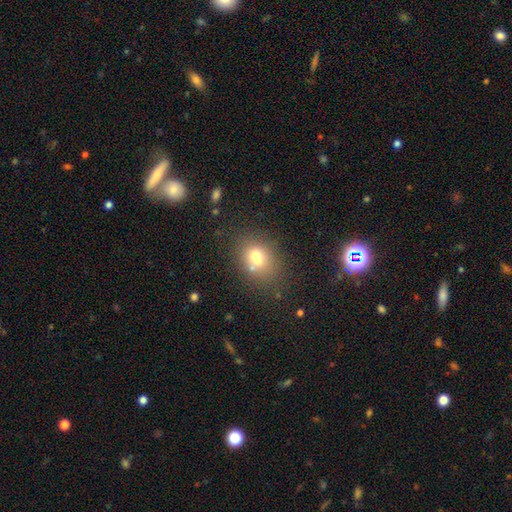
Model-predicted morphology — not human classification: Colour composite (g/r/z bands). It shows a smooth galaxy with no disk features (64%) that is in between round and cigar-shaped (51%). Merging: none (47%).